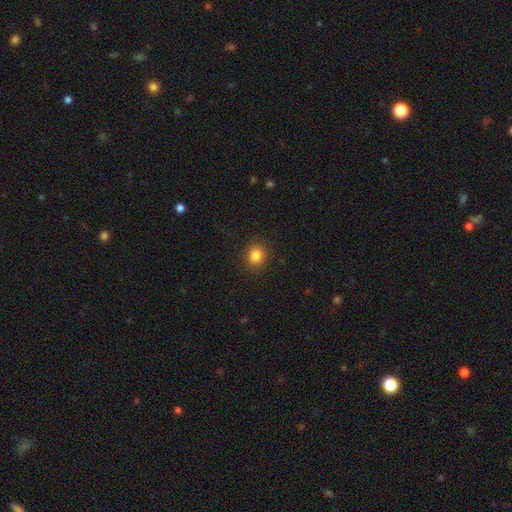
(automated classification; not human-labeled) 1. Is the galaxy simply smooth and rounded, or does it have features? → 84% smooth, 11% star or artifact, 5% featured or disk.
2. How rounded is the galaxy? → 74% round, 26% in between, 1% cigar-shaped.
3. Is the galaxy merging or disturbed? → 90% none, 7% minor disturbance, 2% major disturbance, 1% merger.